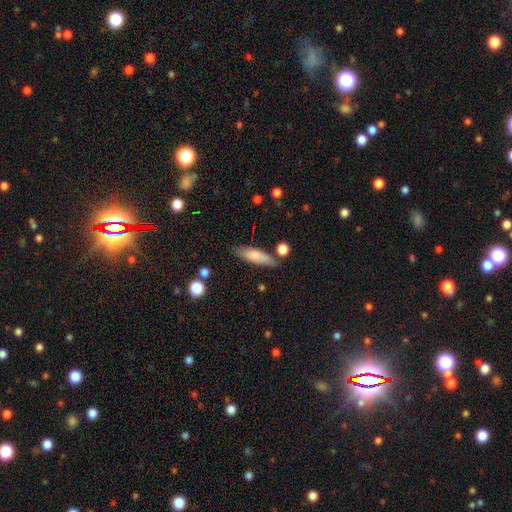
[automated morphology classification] smooth-or-featured: smooth: 75% | featured or disk: 18% | star or artifact: 6%
  how-rounded: cigar-shaped: 59% | in between: 39% | round: 2%
  merging: none: 74% | minor disturbance: 15% | merger: 7% | major disturbance: 4%